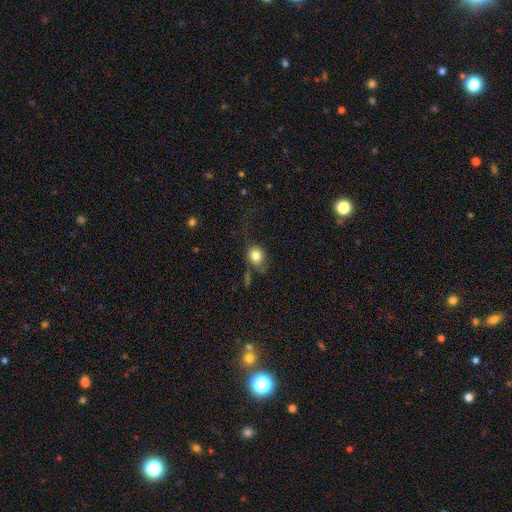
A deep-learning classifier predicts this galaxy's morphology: Smooth or featured? Predicted: smooth (p=0.81). How rounded? Predicted: round (p=0.72). Merging? Predicted: none (p=0.56).